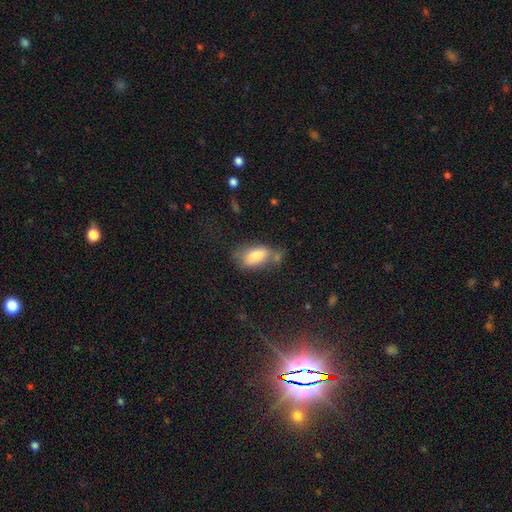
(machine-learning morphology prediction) smooth 77%, featured or disk 15%, star or artifact 8%. Down the decision tree: how rounded — in between (90%); merging — none (47%).